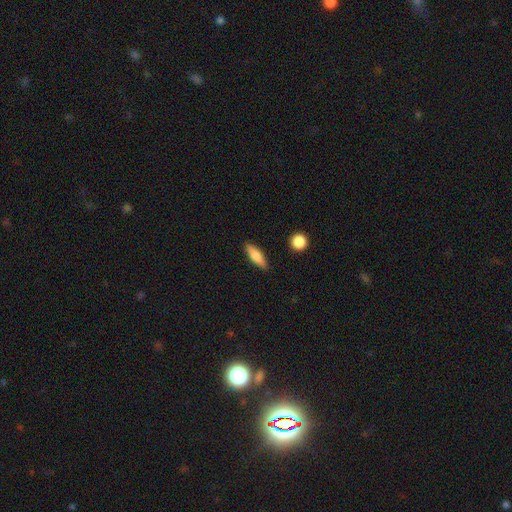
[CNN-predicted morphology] A smooth galaxy with no disk features (77%) that is cigar-shaped (51%).

Vote fractions:
- Smooth or featured? smooth: 77% / featured or disk: 17% / star or artifact: 6%
- How rounded? cigar-shaped: 51% / in between: 46% / round: 3%
- Merging? none: 87% / minor disturbance: 9% / major disturbance: 2% / merger: 2%